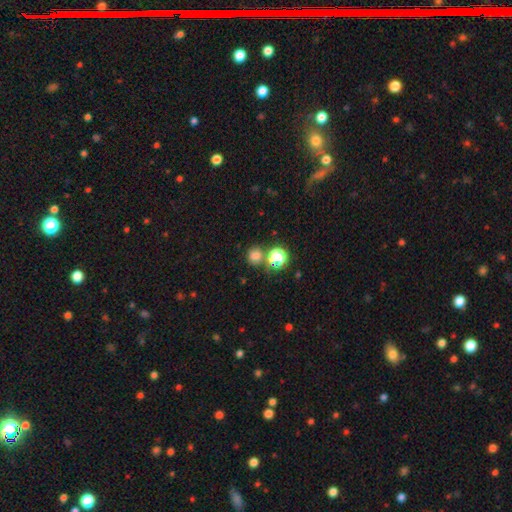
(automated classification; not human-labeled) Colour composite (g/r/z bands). It shows a smooth galaxy with no disk features (72%) that is round (85%). Merging: none (73%).